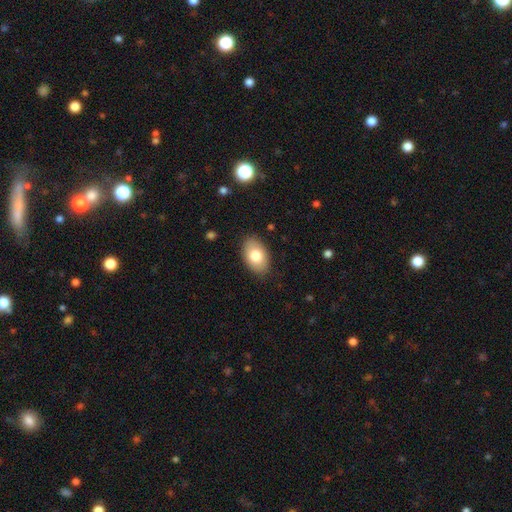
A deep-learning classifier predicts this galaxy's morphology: Q: Smooth or featured?
A: smooth (78%); runner-up: featured or disk (15%)
Q: How rounded?
A: in between (91%); runner-up: round (7%)
Q: Merging?
A: none (86%); runner-up: minor disturbance (11%)